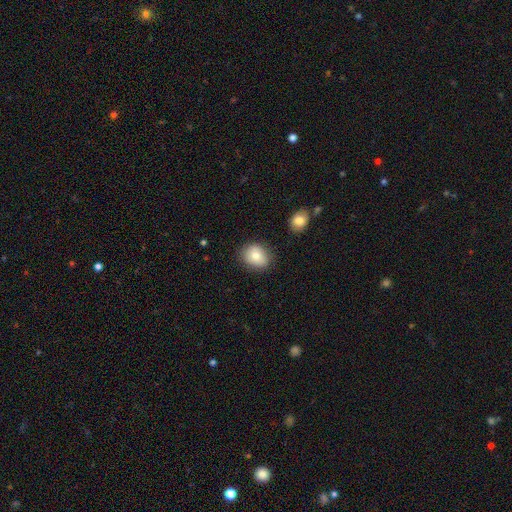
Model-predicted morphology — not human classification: type=smooth (81%); roundness=round (52%); merging=none (79%).